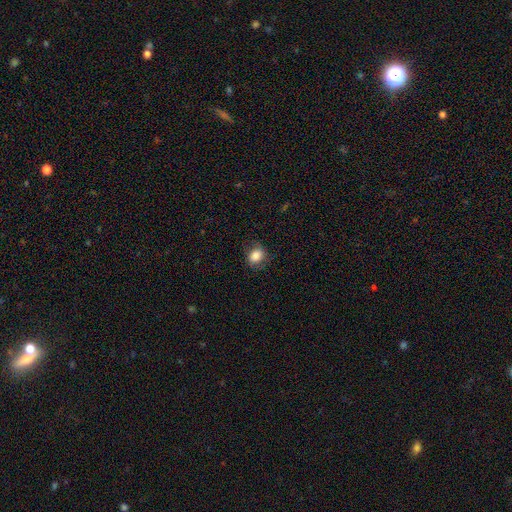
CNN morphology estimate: Overall: smooth (81%). How rounded: round (57%; in between 42%). Merging: none (74%).